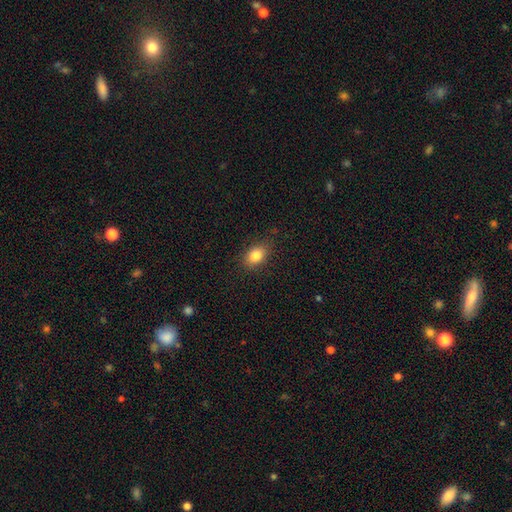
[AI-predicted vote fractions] Smooth or featured? smooth (83%)
How rounded? in between (81%)
Merging? none (85%)